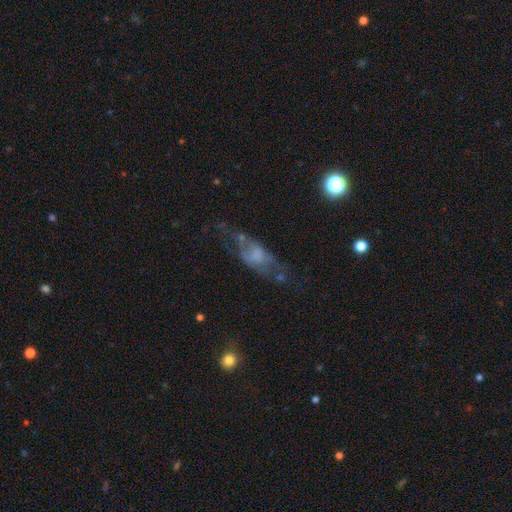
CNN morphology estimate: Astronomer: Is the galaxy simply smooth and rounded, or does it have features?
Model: featured or disk — 56% (runner-up: smooth, 31%).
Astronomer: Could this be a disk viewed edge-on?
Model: no — 74%.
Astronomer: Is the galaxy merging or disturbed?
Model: none — 43% (runner-up: major disturbance, 30%).